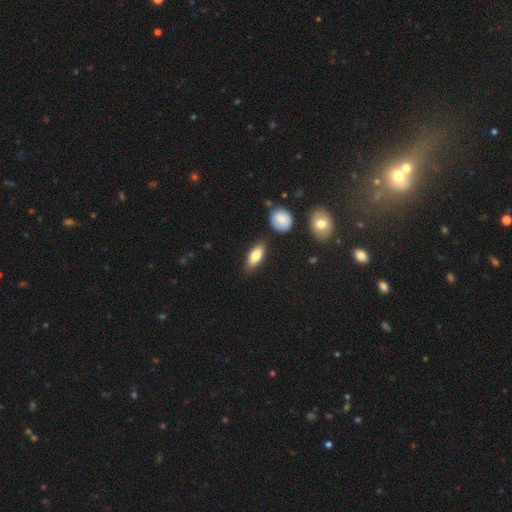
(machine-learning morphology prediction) This is likely a smooth galaxy (76%). How rounded: likely in between (80%). Merging: clearly none (83%).